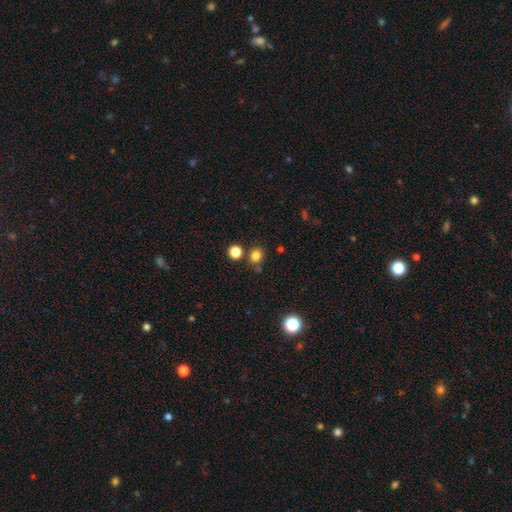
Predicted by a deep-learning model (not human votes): The model was most divided on "how rounded": round: 68%, in between: 31%, cigar-shaped: 1%. More confident: smooth or featured — smooth (81%); merging — none (77%).